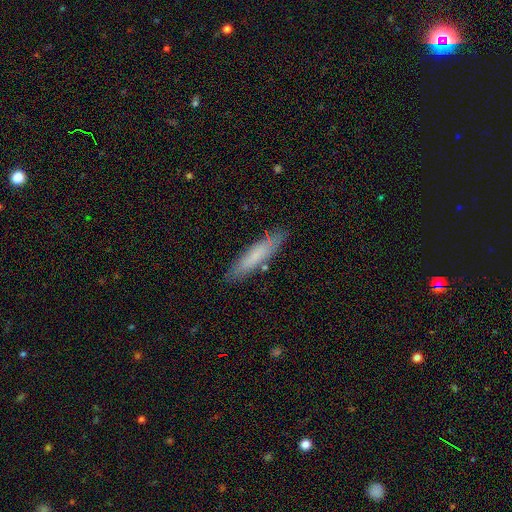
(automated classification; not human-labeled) This appears to be a smooth galaxy with no disk features (68%) that is cigar-shaped (82%). Merging: none (83%).